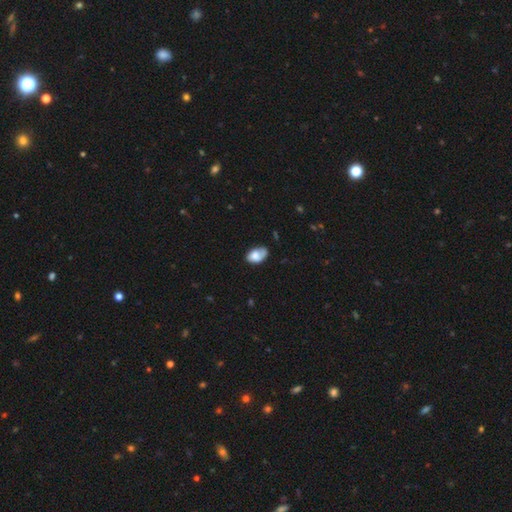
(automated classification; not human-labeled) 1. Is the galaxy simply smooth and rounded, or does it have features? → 66% smooth, 27% featured or disk, 7% star or artifact.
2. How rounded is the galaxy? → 90% in between, 9% round, 1% cigar-shaped.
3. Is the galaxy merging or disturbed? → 47% none, 34% minor disturbance, 14% major disturbance, 5% merger.